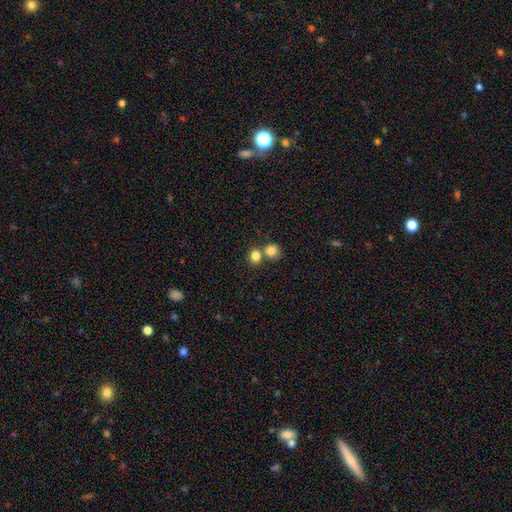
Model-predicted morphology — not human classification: Smooth or featured? smooth (83%)
How rounded? round (77%)
Merging? none (52%)